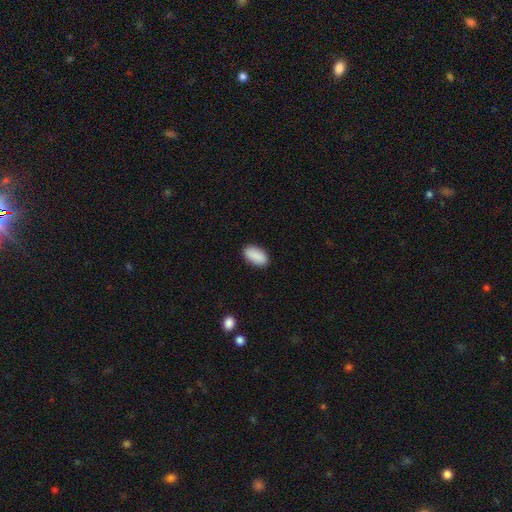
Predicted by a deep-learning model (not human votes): This appears to be a smooth galaxy with no disk features (90%) that is in between round and cigar-shaped (94%). Merging: none (89%).